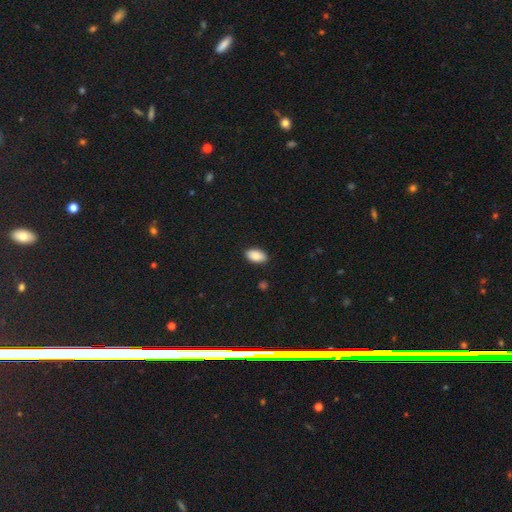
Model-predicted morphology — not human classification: This is clearly a smooth galaxy (88%). How rounded: clearly in between (95%). Merging: clearly none (88%).